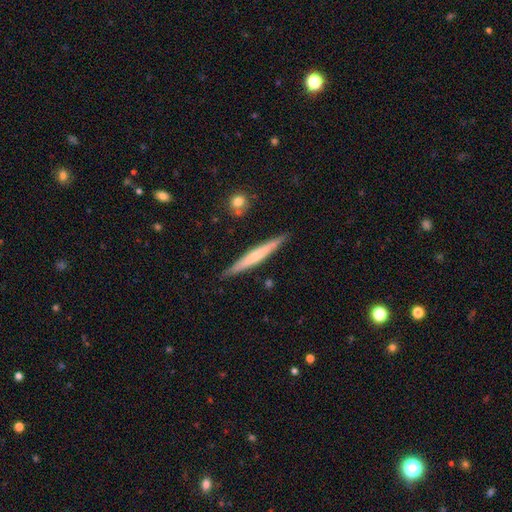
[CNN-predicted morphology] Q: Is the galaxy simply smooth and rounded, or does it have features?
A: smooth — 50%.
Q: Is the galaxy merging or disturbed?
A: none — 89%.